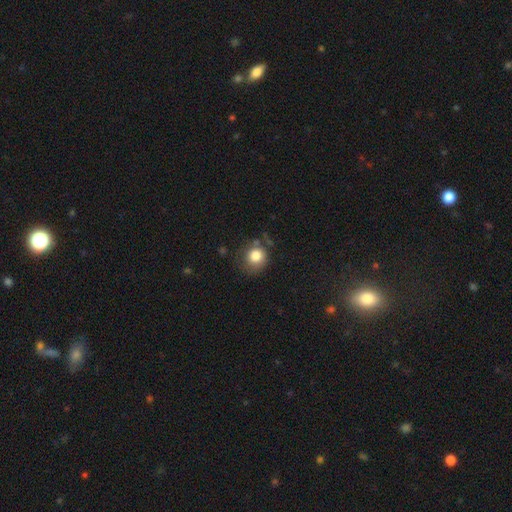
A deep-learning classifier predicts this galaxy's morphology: smooth_or_featured: smooth (p=0.82) [alt: star or artifact p=0.10]
how_rounded: round (p=0.84) [alt: in between p=0.15]
merging: none (p=0.64) [alt: minor disturbance p=0.22]